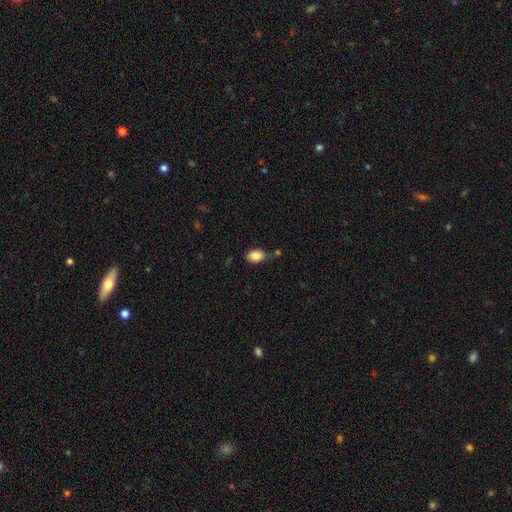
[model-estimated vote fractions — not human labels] smooth_or_featured: smooth (p=0.87) [alt: star or artifact p=0.08]
how_rounded: in between (p=0.87) [alt: round p=0.11]
merging: none (p=0.66) [alt: minor disturbance p=0.20]